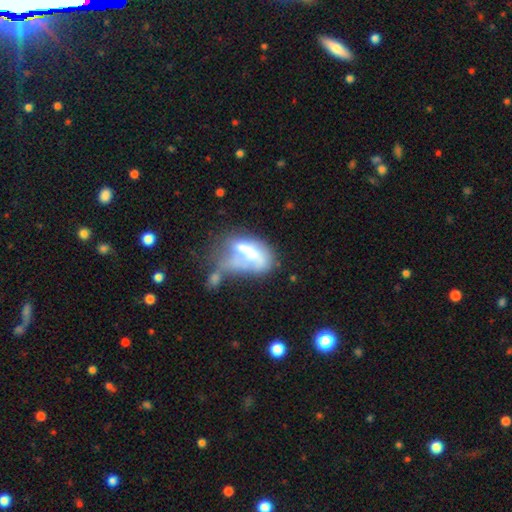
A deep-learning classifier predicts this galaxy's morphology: Overall: smooth (47%; featured or disk 42%). Merging: merger (44%; major disturbance 32%).